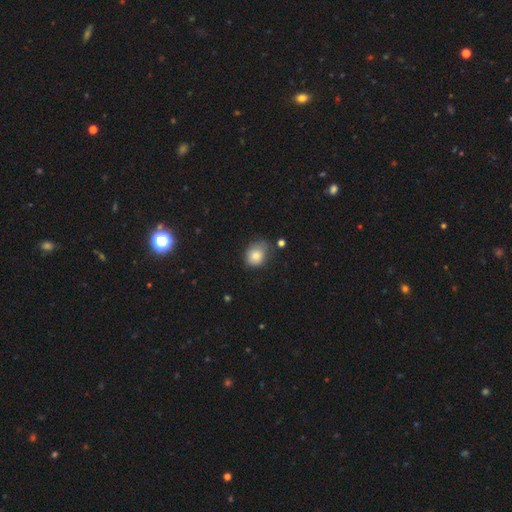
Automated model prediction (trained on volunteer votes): smooth_or_featured: smooth (p=0.81) [alt: featured or disk p=0.10]
how_rounded: round (p=0.58) [alt: in between p=0.41]
merging: none (p=0.55) [alt: minor disturbance p=0.32]